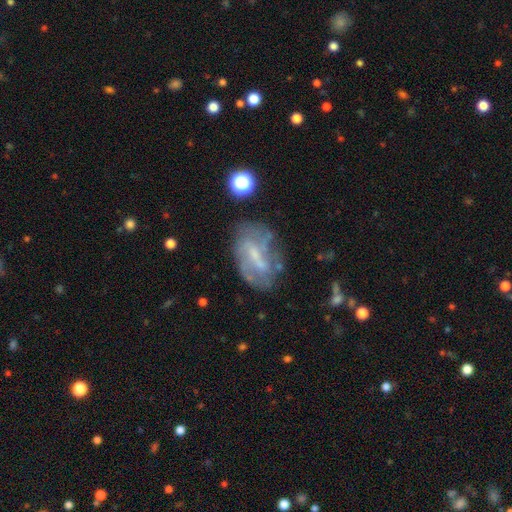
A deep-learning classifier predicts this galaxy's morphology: Smooth or featured?
  - featured or disk: 67% *
  - smooth: 23%
  - star or artifact: 10%
Edge-on disk?
  - no: 94% *
  - yes: 6%
Bar?
  - weak: 48% *
  - strong: 28%
  - no: 24%
Spiral arms?
  - yes: 66% *
  - no: 34%
Bulge size?
  - small: 51% *
  - none: 24%
  - moderate: 23%
  - large: 2%
  - dominant: 1%
Merging?
  - none: 58% *
  - minor disturbance: 23%
  - major disturbance: 14%
  - merger: 5%